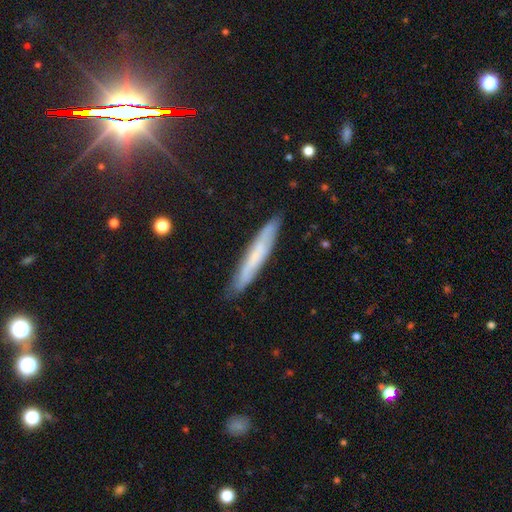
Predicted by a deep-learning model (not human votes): Smooth or featured? smooth (51%)
How rounded? cigar-shaped (93%)
Merging? none (85%)